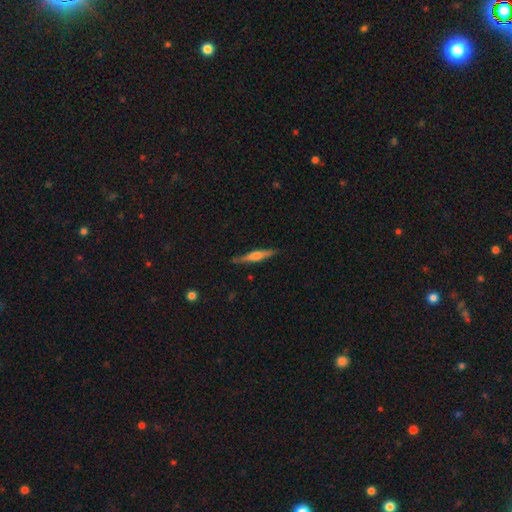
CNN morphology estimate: Smooth or featured: featured or disk — 57% (smooth — 37%)
Edge-on disk: yes — 96% (no — 4%)
Edge-on bulge: rounded — 64% (boxy — 25%)
Merging: none — 85% (minor disturbance — 11%)